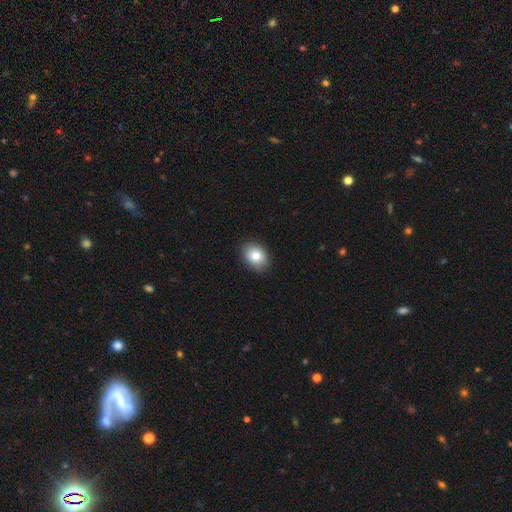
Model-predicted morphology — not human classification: A smooth galaxy with no disk features (82%) that is in between round and cigar-shaped (74%). Merging: none (87%).